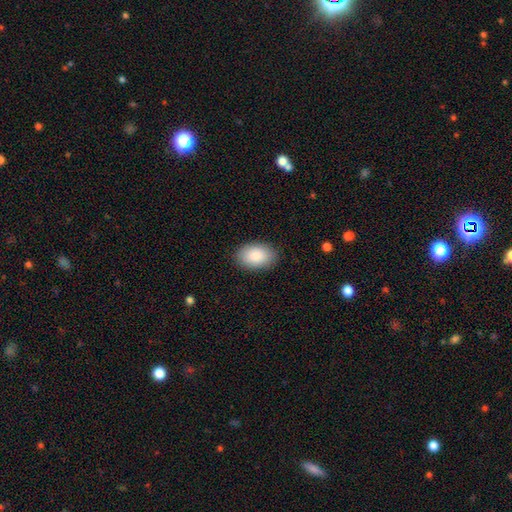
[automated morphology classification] The model was most divided on "merging": none: 88%, minor disturbance: 9%, major disturbance: 2%, merger: 1%. More confident: how rounded — in between (91%); smooth or featured — smooth (89%).